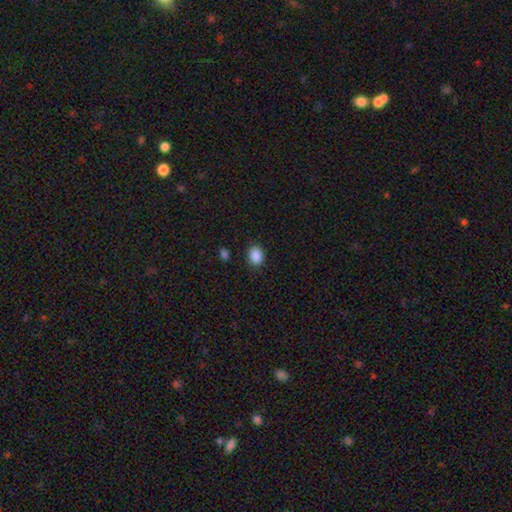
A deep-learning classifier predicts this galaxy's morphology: smooth_or_featured: smooth (p=0.88) [alt: star or artifact p=0.09]
how_rounded: in between (p=0.58) [alt: round p=0.41]
merging: none (p=0.85) [alt: minor disturbance p=0.11]